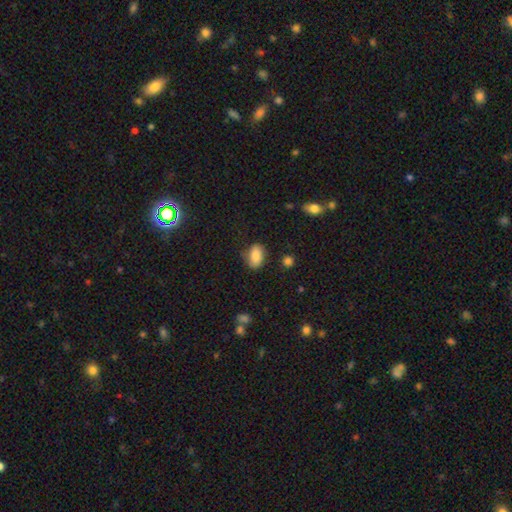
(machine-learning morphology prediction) Smooth or featured? Predicted: smooth (p=0.84). How rounded? Predicted: in between (p=0.89). Merging? Predicted: none (p=0.70).